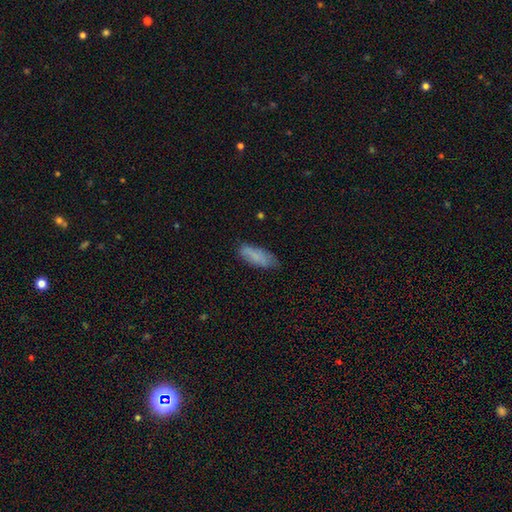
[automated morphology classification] smooth-or-featured: smooth: 80% | featured or disk: 13% | star or artifact: 7%
  how-rounded: in between: 64% | cigar-shaped: 34% | round: 2%
  merging: none: 71% | minor disturbance: 22% | major disturbance: 5% | merger: 2%